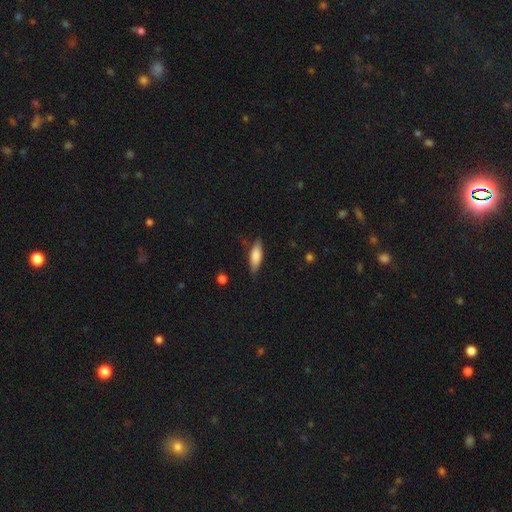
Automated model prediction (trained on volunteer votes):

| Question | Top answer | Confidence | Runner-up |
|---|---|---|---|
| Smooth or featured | smooth | 80% | featured or disk (15%) |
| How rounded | in between | 57% | cigar-shaped (41%) |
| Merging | none | 80% | minor disturbance (15%) |